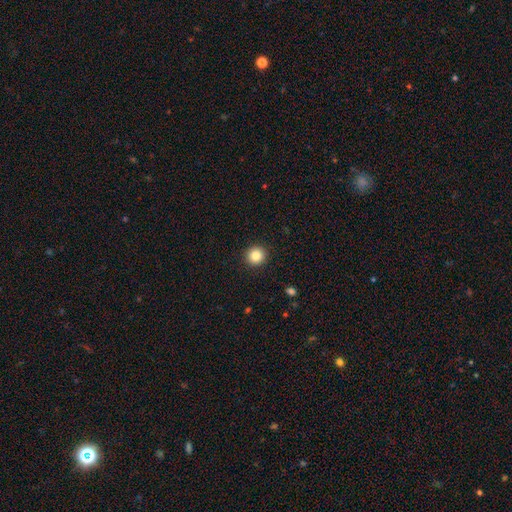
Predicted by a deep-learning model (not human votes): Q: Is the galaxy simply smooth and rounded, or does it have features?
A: smooth — 84%.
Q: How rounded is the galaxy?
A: round — 94%.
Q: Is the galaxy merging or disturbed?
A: none — 93%.